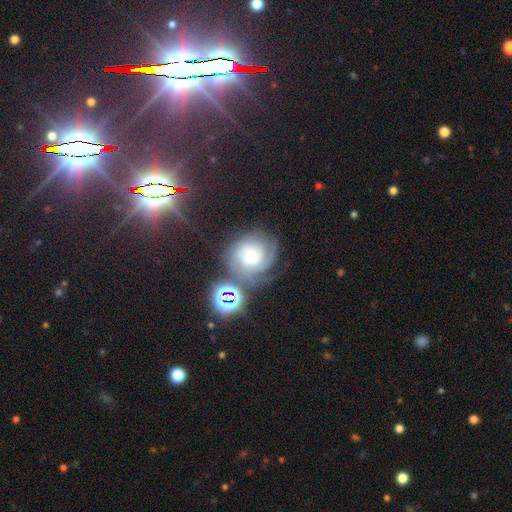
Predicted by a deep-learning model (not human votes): Overall: featured or disk (64%; star or artifact 24%). Edge-on disk: no (97%). Bar: no (67%). Spiral arms: yes (95%). Spiral arm count: 3 (33%; can't tell 27%). Spiral winding: tight (69%). Bulge size: moderate (47%; small 44%). Merging: none (68%).